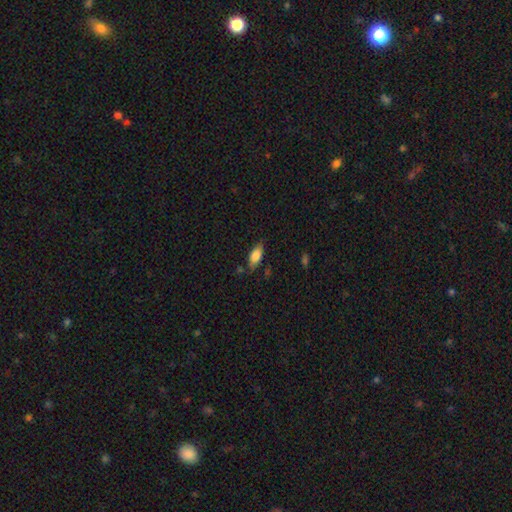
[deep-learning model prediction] This appears to be a smooth galaxy with no disk features (77%) that is in between round and cigar-shaped (83%). Merging: none (72%).